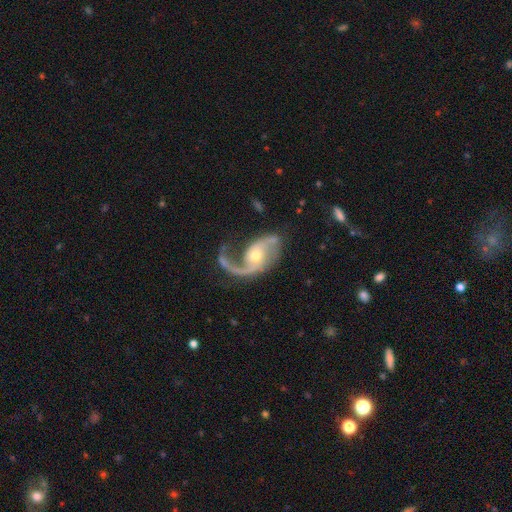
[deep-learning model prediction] Morphology: type=featured or disk (91%); edge-on=no (97%); bar=no (59%); spiral arms=yes (97%); winding=loose (55%); arm count=2 (78%); bulge=moderate (54%); merging=none (56%).